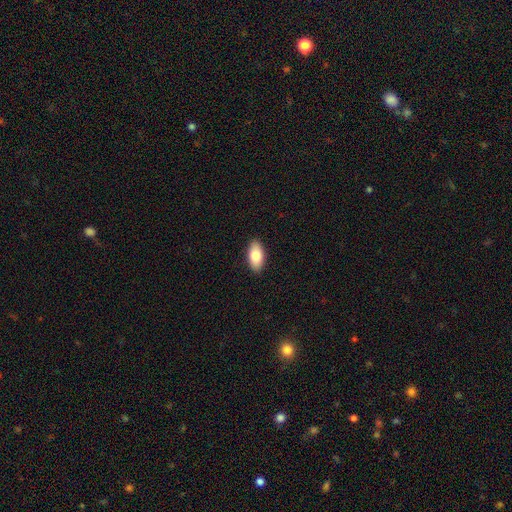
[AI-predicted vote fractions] A smooth galaxy with no disk features (82%) that is in between round and cigar-shaped (93%). Merging: none (90%).